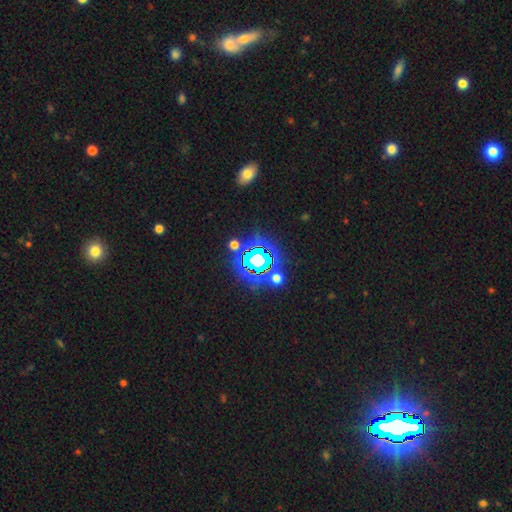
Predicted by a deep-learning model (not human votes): A star or artifact, not a galaxy (77%).